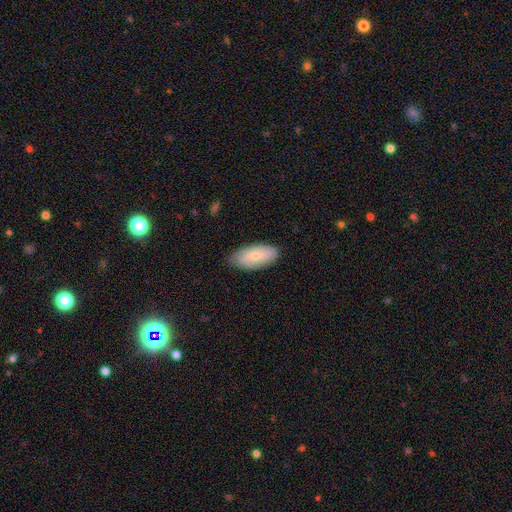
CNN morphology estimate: Smooth or featured? Predicted: smooth (p=0.70). How rounded? Predicted: in between (p=0.91). Merging? Predicted: none (p=0.82).